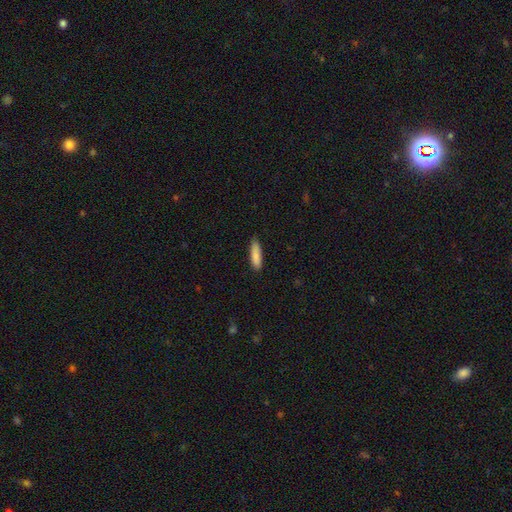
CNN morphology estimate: Smooth or featured?
  - smooth: 87% *
  - featured or disk: 7%
  - star or artifact: 6%
How rounded?
  - cigar-shaped: 67% *
  - in between: 32%
  - round: 1%
Merging?
  - none: 85% *
  - minor disturbance: 12%
  - major disturbance: 2%
  - merger: 1%